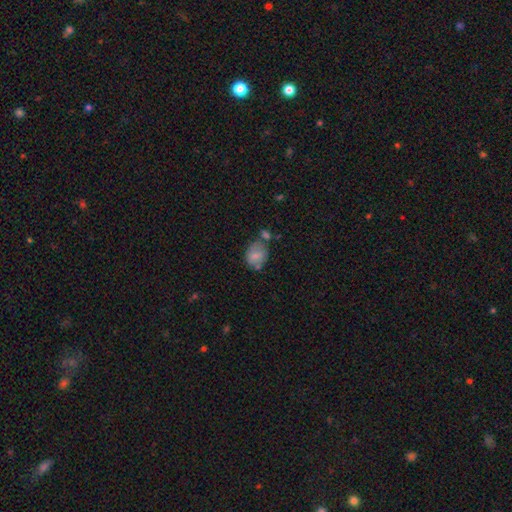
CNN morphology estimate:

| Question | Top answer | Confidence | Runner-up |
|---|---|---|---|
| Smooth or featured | smooth | 77% | featured or disk (15%) |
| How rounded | in between | 57% | round (42%) |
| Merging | none | 48% | minor disturbance (22%) |